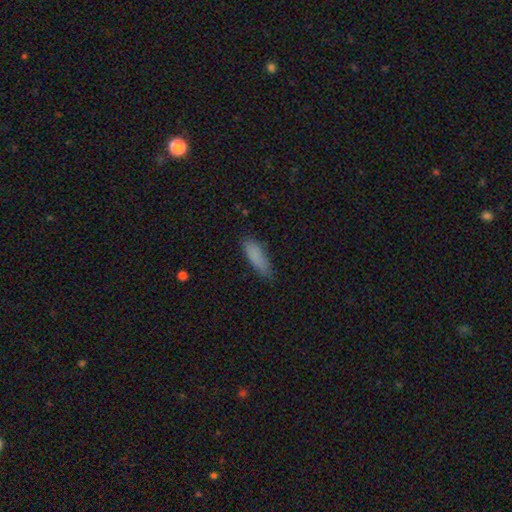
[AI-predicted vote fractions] A smooth galaxy with no disk features (86%) that is cigar-shaped (52%). Merging: none (76%).